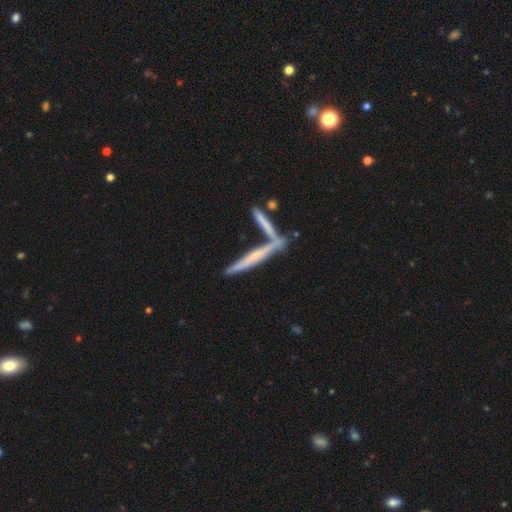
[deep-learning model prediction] Smooth or featured? featured or disk (61%)
Edge-on disk? yes (92%)
Edge-on bulge? none (49%)
Merging? none (57%)